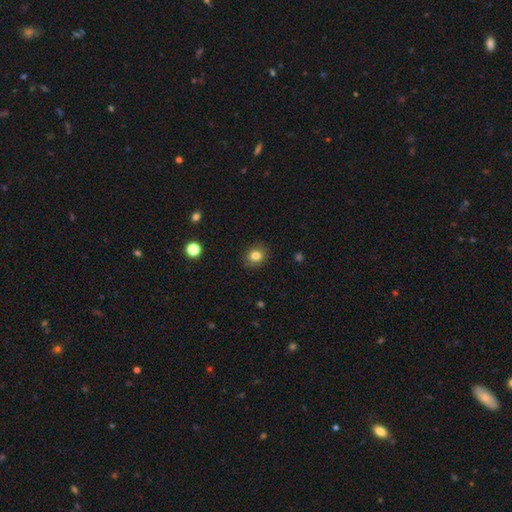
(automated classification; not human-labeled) smooth_or_featured: smooth (p=0.82) [alt: star or artifact p=0.12]
how_rounded: round (p=0.74) [alt: in between p=0.25]
merging: none (p=0.89) [alt: minor disturbance p=0.08]